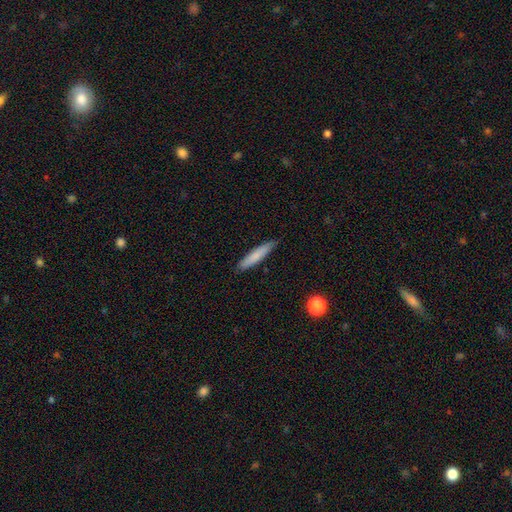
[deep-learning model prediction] Overall: smooth (76%). How rounded: cigar-shaped (90%). Merging: none (87%).